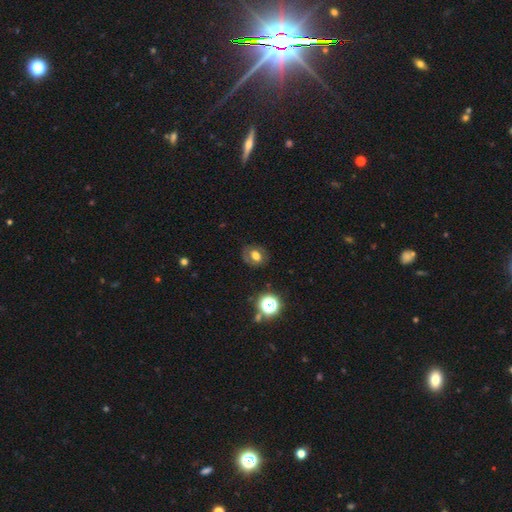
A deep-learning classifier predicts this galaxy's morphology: A smooth galaxy with no disk features (61%) that is round (53%). Merging: none (76%).